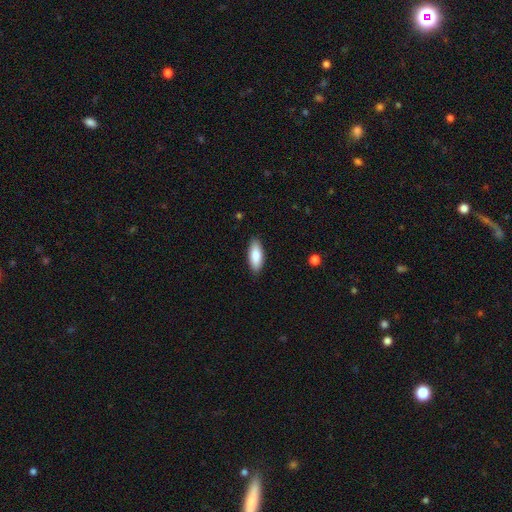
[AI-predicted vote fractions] Overall: smooth (84%). How rounded: in between (76%). Merging: none (88%).